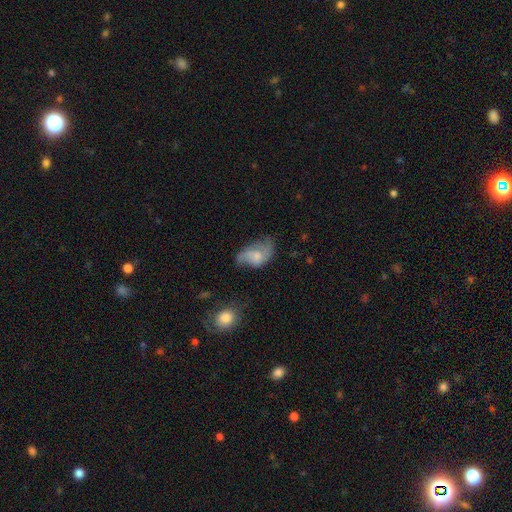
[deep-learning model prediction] Morphology: type=smooth (47%); merging=none (36%).